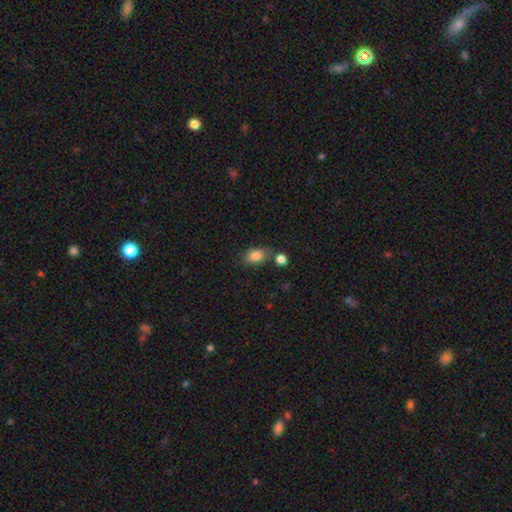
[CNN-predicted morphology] smooth-or-featured: smooth: 85% | star or artifact: 9% | featured or disk: 6%
  how-rounded: in between: 81% | round: 17% | cigar-shaped: 2%
  merging: none: 62% | merger: 17% | minor disturbance: 16% | major disturbance: 5%